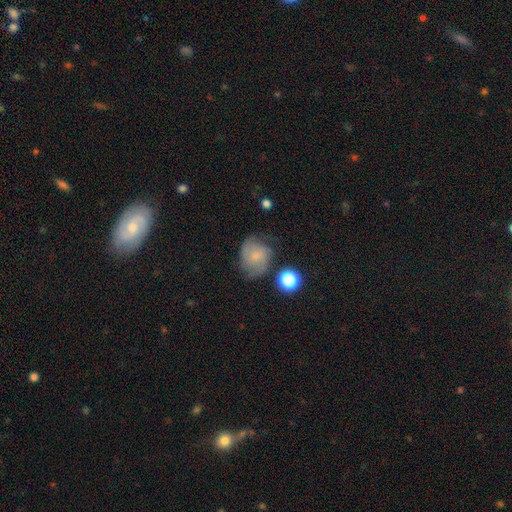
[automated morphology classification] Smooth or featured? Predicted: featured or disk (p=0.47). Merging? Predicted: none (p=0.56).